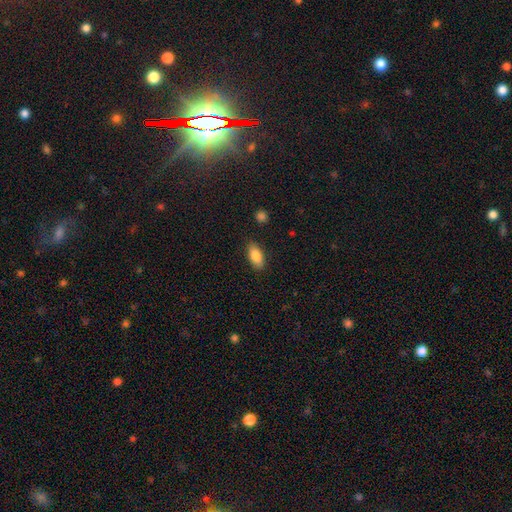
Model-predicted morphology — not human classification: Smooth or featured? Predicted: smooth (p=0.84). How rounded? Predicted: in between (p=0.88). Merging? Predicted: none (p=0.86).